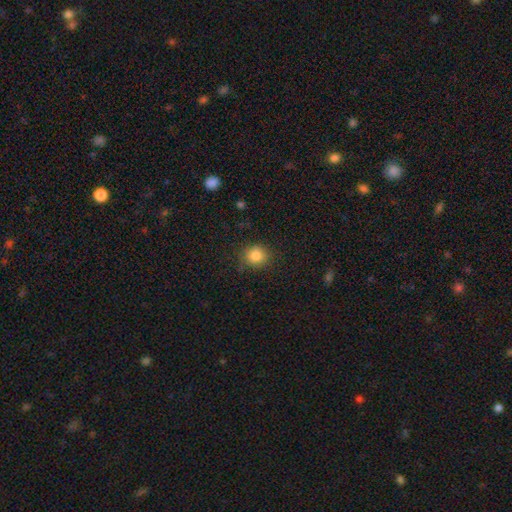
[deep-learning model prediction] Smooth or featured? Predicted: smooth (p=0.83). How rounded? Predicted: round (p=0.82). Merging? Predicted: none (p=0.82).